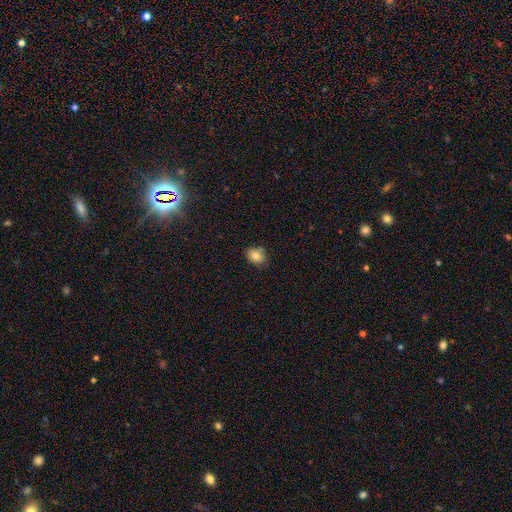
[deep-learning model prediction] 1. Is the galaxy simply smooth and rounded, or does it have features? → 82% smooth, 10% star or artifact, 8% featured or disk.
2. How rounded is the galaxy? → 57% in between, 42% round, 1% cigar-shaped.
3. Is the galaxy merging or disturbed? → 74% none, 21% minor disturbance, 3% major disturbance, 2% merger.